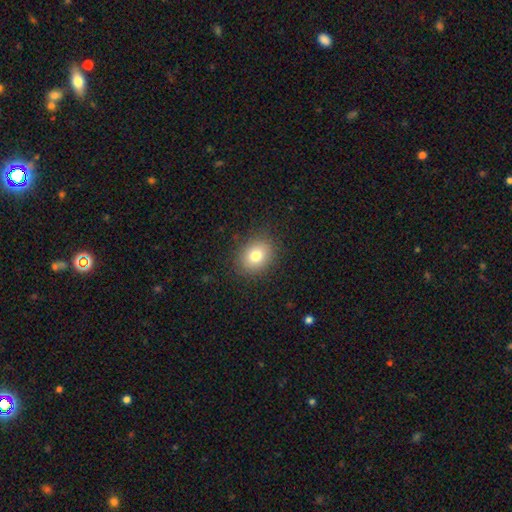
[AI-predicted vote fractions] This appears to be a smooth galaxy with no disk features (79%) that is round (51%). Merging: none (87%).